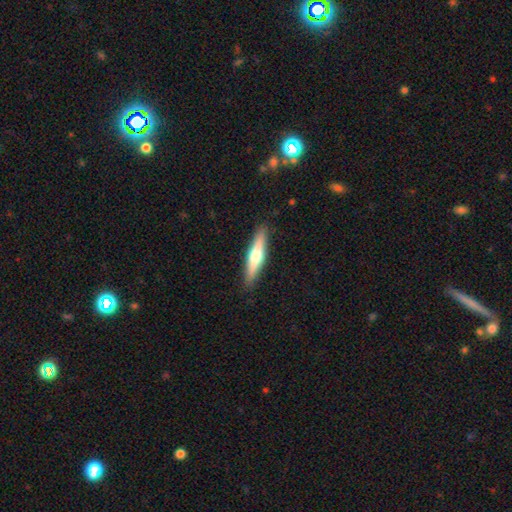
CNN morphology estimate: The model was most divided on "smooth or featured": featured or disk: 51%, smooth: 44%, star or artifact: 5%. More confident: edge-on disk — yes (95%); merging — none (90%).